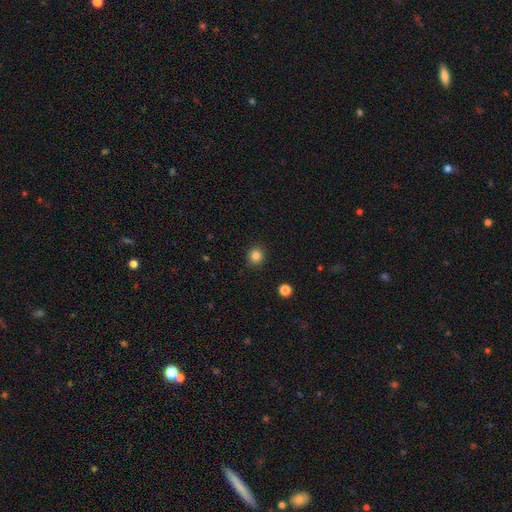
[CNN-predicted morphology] Overall: smooth (84%). How rounded: round (91%). Merging: none (92%).